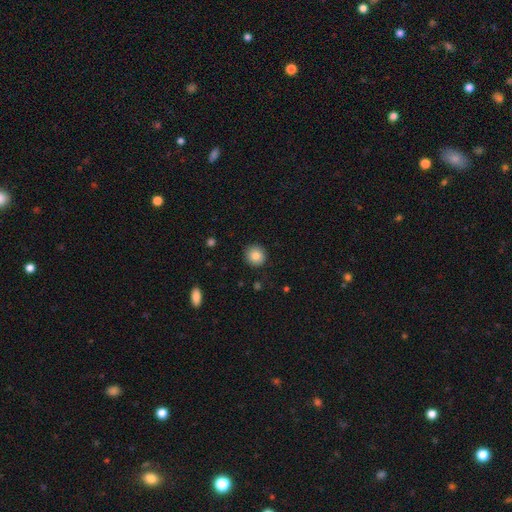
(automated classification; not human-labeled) A smooth galaxy with no disk features (83%) that is round (91%). Merging: none (90%).